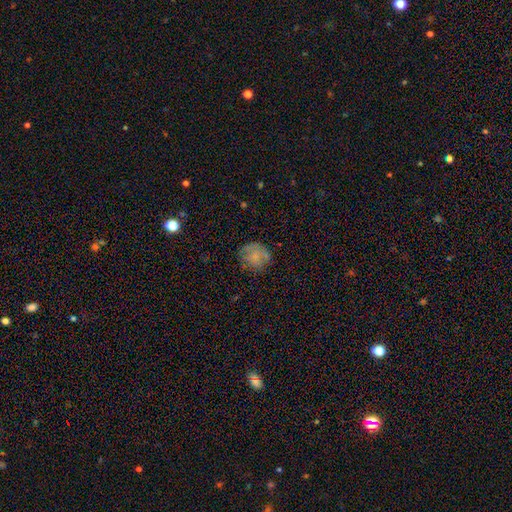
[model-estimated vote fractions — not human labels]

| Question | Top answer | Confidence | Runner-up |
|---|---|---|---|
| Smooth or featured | smooth | 71% | featured or disk (19%) |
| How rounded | round | 85% | in between (14%) |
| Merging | none | 70% | minor disturbance (20%) |